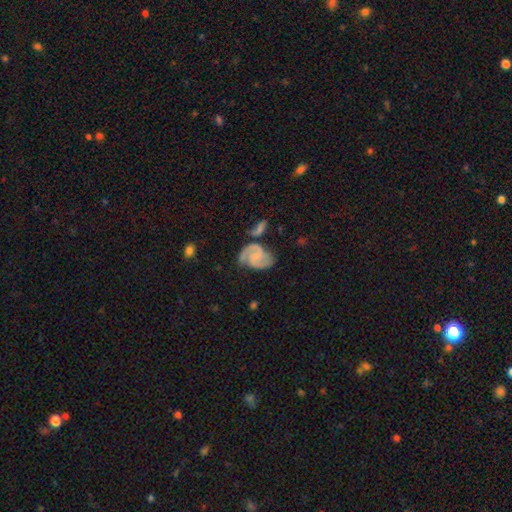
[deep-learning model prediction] Smooth or featured? Predicted: featured or disk (p=0.79). Edge-on disk? Predicted: no (p=0.98). Bar? Predicted: no (p=0.52). Spiral arms? Predicted: yes (p=0.95). Spiral winding? Predicted: medium (p=0.50). Spiral arm count? Predicted: 2 (p=0.86). Bulge size? Predicted: none (p=0.54). Merging? Predicted: none (p=0.52).